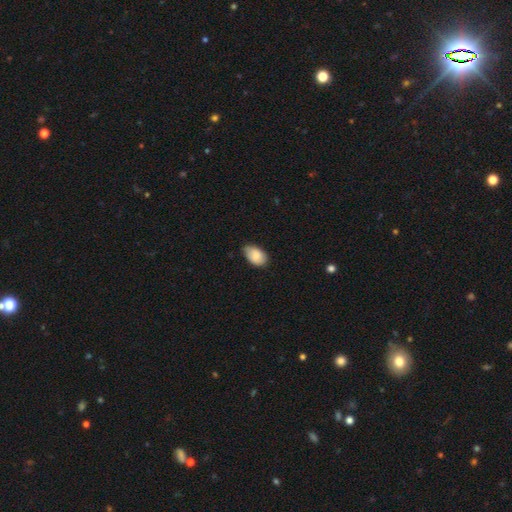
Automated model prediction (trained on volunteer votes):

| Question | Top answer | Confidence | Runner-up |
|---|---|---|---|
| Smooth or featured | smooth | 86% | featured or disk (8%) |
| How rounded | in between | 90% | round (8%) |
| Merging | none | 70% | minor disturbance (26%) |